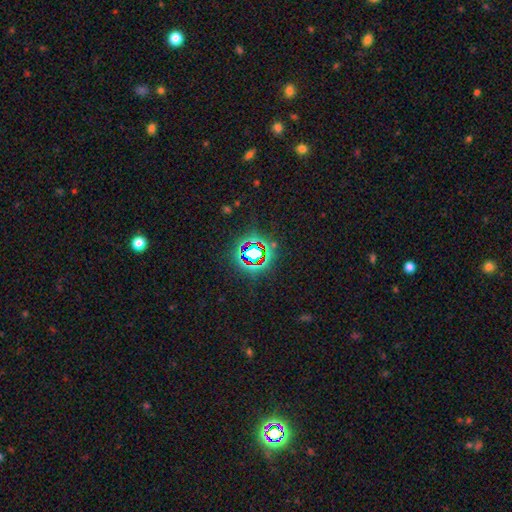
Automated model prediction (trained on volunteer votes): Q: Smooth or featured?
A: star or artifact (78%); runner-up: smooth (14%)